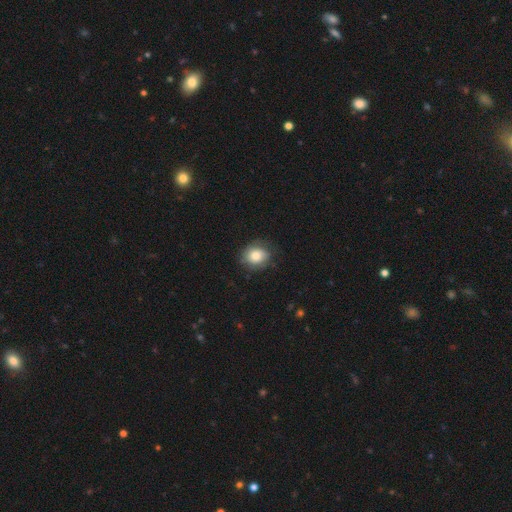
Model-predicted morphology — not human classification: The model was most divided on "how rounded": round: 64%, in between: 35%, cigar-shaped: 1%. More confident: smooth or featured — smooth (79%); merging — none (73%).